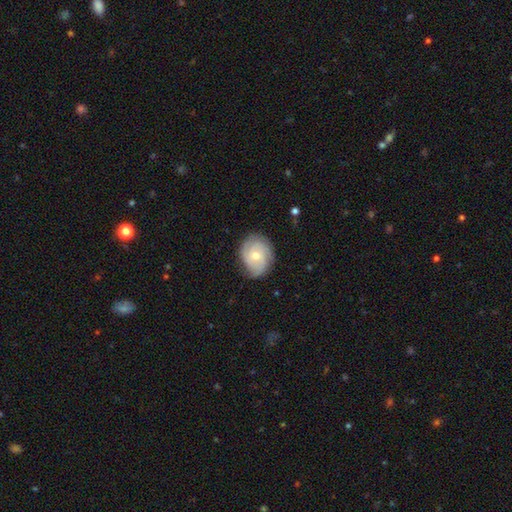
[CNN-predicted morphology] Smooth or featured: featured or disk — 68% (smooth — 25%)
Edge-on disk: no — 97% (yes — 3%)
Bar: no — 76% (weak — 21%)
Spiral arms: yes — 92% (no — 8%)
Spiral winding: tight — 58% (medium — 33%)
Spiral arm count: 3 — 39% (can't tell — 22%)
Bulge size: moderate — 56% (small — 40%)
Merging: none — 75% (minor disturbance — 19%)